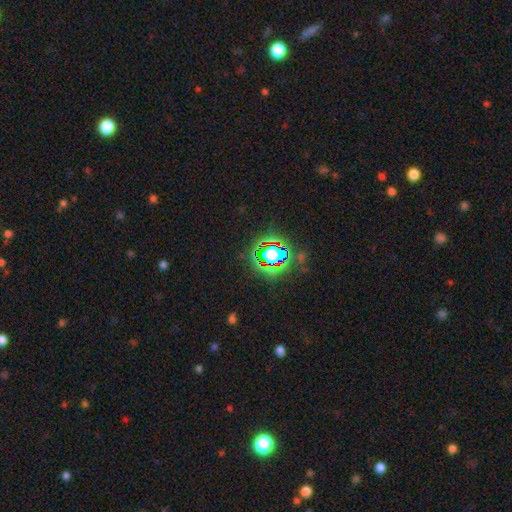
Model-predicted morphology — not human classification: This appears to be a star or artifact, not a galaxy (80%).